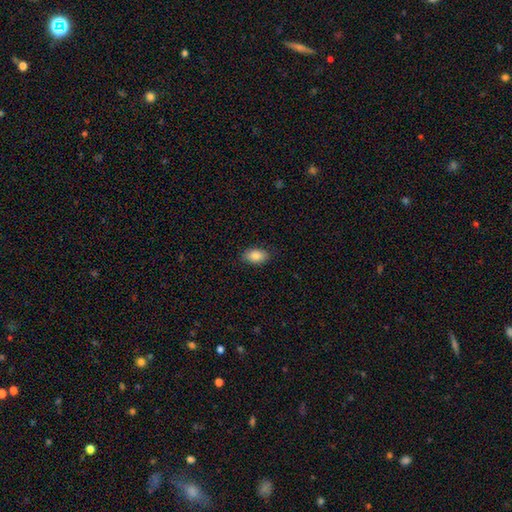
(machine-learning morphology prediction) Overall: smooth (87%). How rounded: in between (92%). Merging: none (86%).